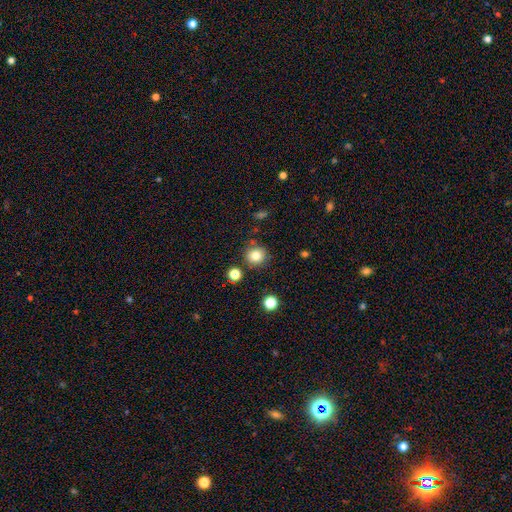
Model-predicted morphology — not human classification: Smooth or featured: smooth — 80% (star or artifact — 13%)
How rounded: round — 91% (in between — 8%)
Merging: none — 82% (minor disturbance — 10%)